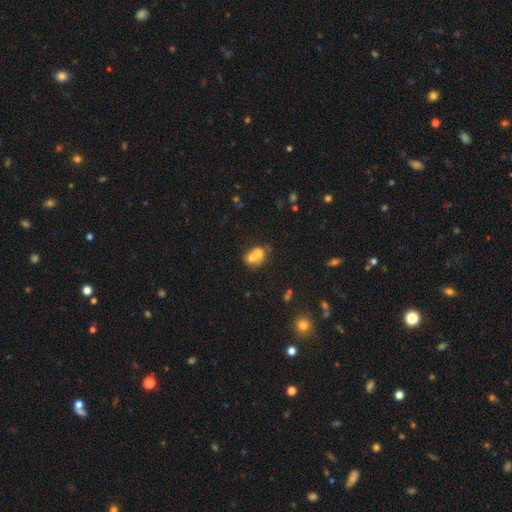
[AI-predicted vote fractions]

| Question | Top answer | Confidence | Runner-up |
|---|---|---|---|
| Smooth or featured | smooth | 64% | featured or disk (24%) |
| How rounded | in between | 50% | round (49%) |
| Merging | merger | 67% | none (21%) |